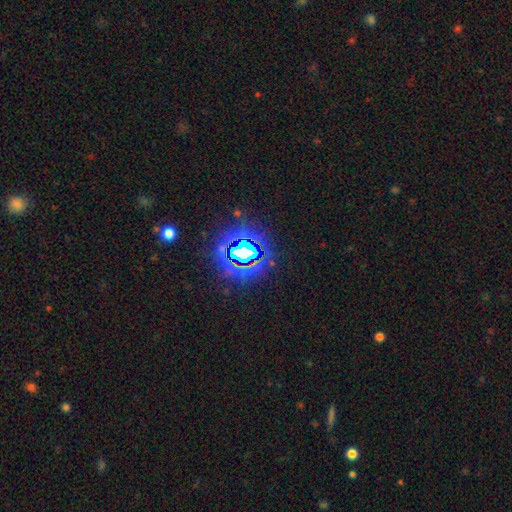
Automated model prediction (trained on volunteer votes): This appears to be a star or artifact, not a galaxy (81%).